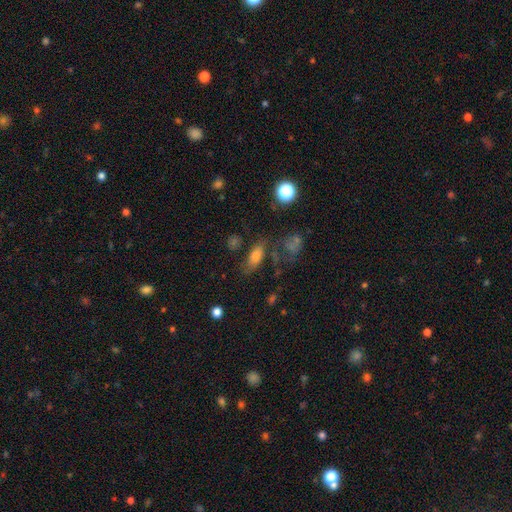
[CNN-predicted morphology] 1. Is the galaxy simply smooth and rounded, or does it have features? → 66% smooth, 18% featured or disk, 16% star or artifact.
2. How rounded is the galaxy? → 77% in between, 13% cigar-shaped, 10% round.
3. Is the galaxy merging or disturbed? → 55% none, 19% minor disturbance, 15% major disturbance, 11% merger.